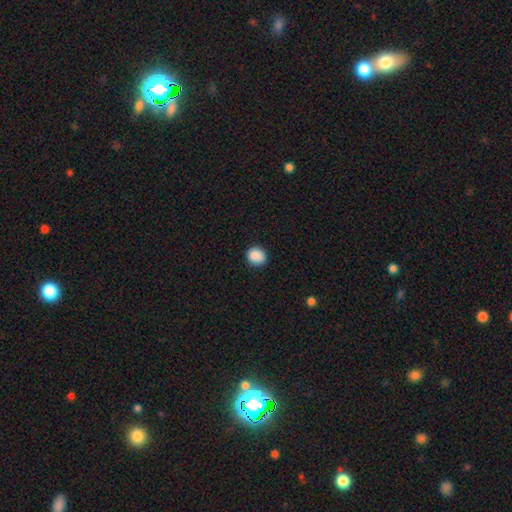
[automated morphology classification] Smooth or featured?
  - smooth: 89% *
  - star or artifact: 9%
  - featured or disk: 3%
How rounded?
  - round: 78% *
  - in between: 21%
  - cigar-shaped: 1%
Merging?
  - none: 88% *
  - minor disturbance: 9%
  - major disturbance: 2%
  - merger: 1%